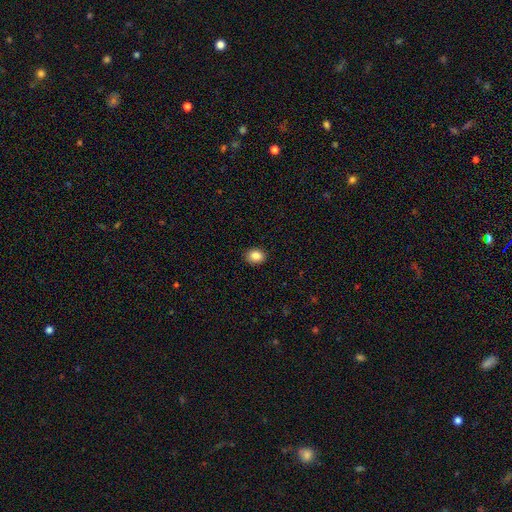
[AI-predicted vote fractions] This is clearly a smooth galaxy (86%). How rounded: possibly in between (54%). Merging: clearly none (90%).